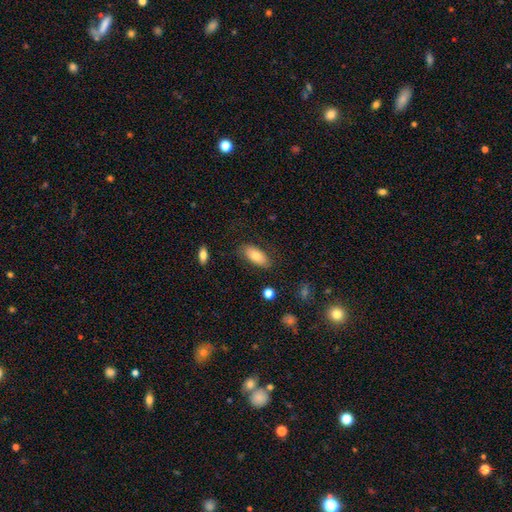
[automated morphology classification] A smooth galaxy with no disk features (78%) that is in between round and cigar-shaped (87%).

Vote fractions:
- Smooth or featured? smooth: 78% / featured or disk: 15% / star or artifact: 7%
- How rounded? in between: 87% / cigar-shaped: 10% / round: 3%
- Merging? none: 80% / minor disturbance: 14% / major disturbance: 4% / merger: 2%